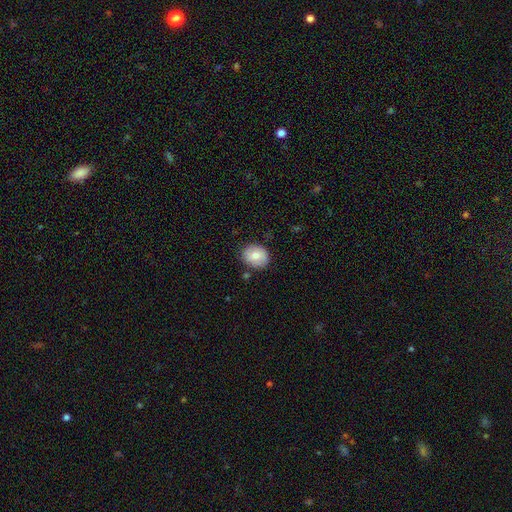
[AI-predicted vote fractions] Smooth or featured?
  - smooth: 78% *
  - featured or disk: 14%
  - star or artifact: 8%
How rounded?
  - round: 60% *
  - in between: 39%
  - cigar-shaped: 1%
Merging?
  - none: 82% *
  - minor disturbance: 12%
  - merger: 3%
  - major disturbance: 3%